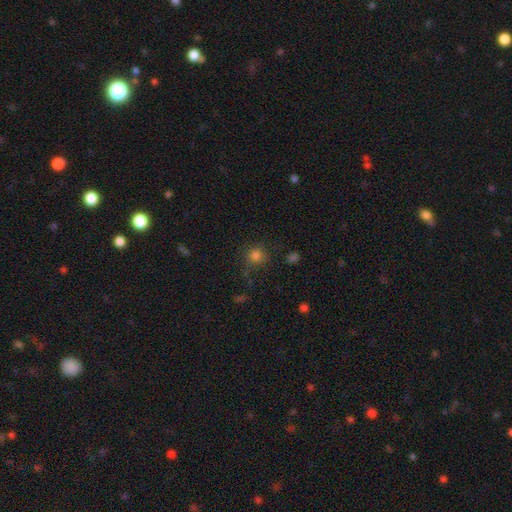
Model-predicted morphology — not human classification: type=smooth (80%); roundness=round (91%); merging=none (81%).